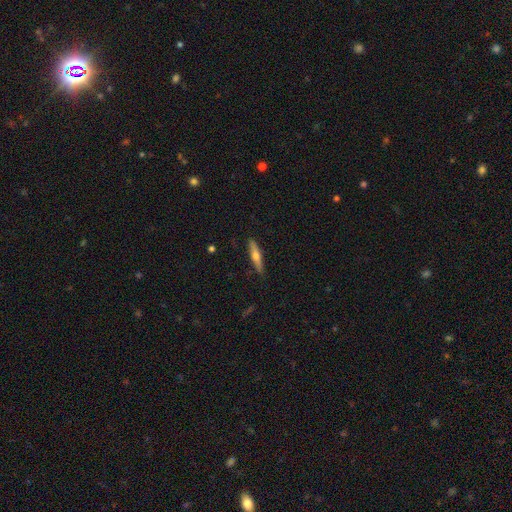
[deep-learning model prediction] Smooth or featured? featured or disk (50%)
Merging? none (86%)